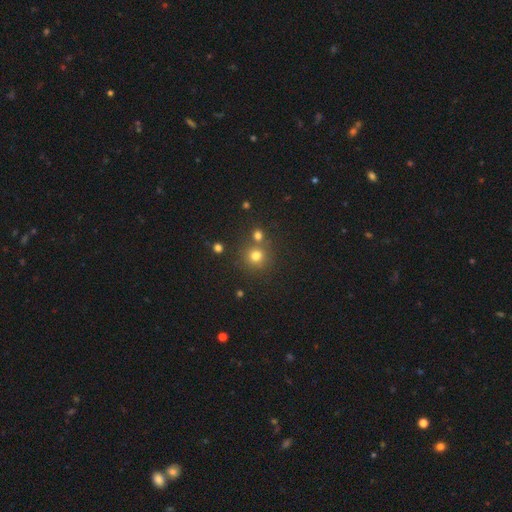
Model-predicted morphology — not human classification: Q: Smooth or featured?
A: smooth (75%); runner-up: star or artifact (17%)
Q: How rounded?
A: round (91%); runner-up: in between (8%)
Q: Merging?
A: none (70%); runner-up: merger (19%)